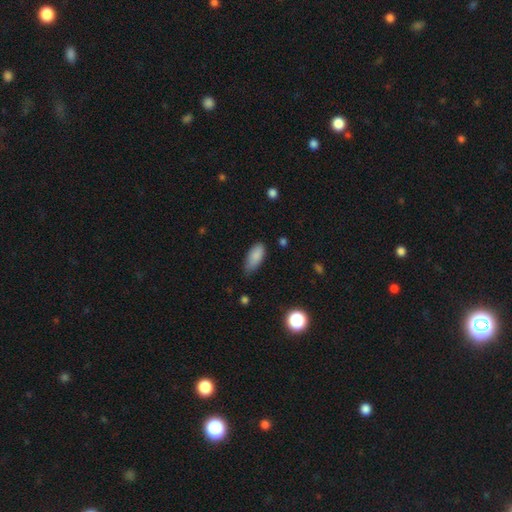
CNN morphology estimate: Overall: smooth (87%). How rounded: in between (86%). Merging: none (60%; minor disturbance 33%).